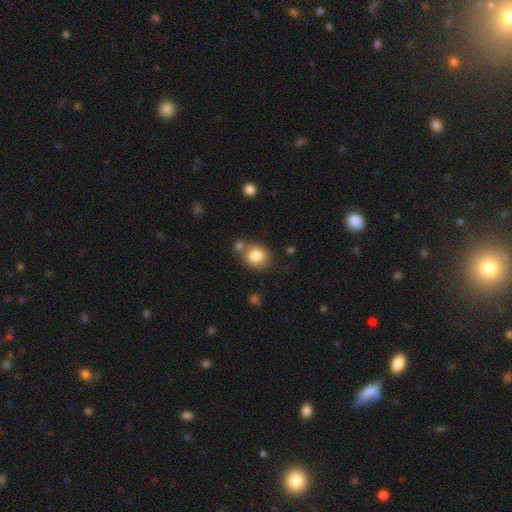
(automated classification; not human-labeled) Smooth or featured? smooth (82%)
How rounded? round (72%)
Merging? none (66%)